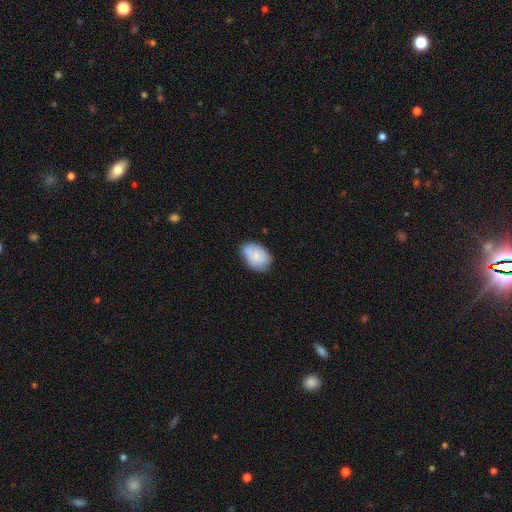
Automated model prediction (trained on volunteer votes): Overall: smooth (77%). How rounded: in between (85%). Merging: none (67%).